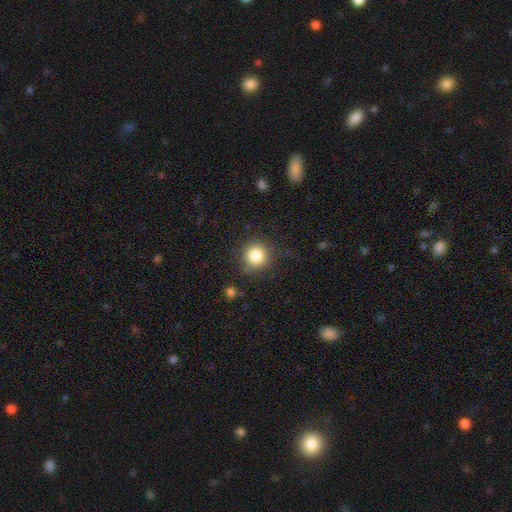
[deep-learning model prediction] Overall: smooth (83%). How rounded: round (94%). Merging: none (87%).